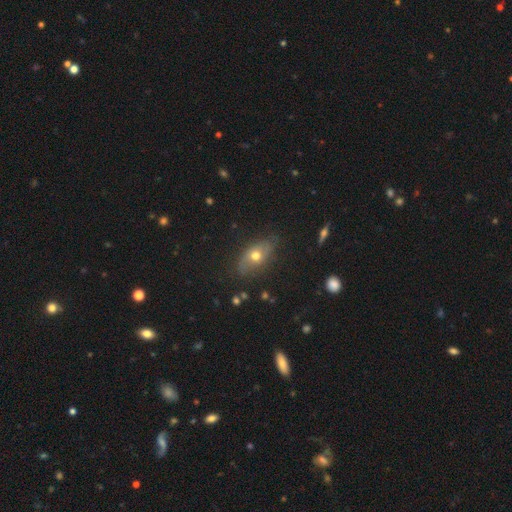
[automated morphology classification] Smooth or featured? Predicted: smooth (p=0.53). How rounded? Predicted: in between (p=0.80). Merging? Predicted: none (p=0.75).